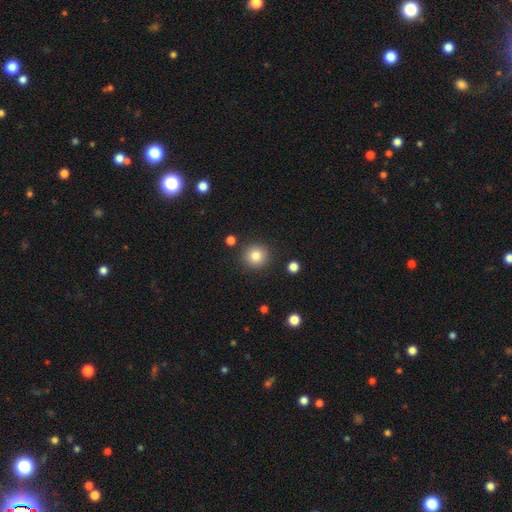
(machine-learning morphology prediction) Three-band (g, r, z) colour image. It shows a smooth galaxy with no disk features (82%) that is round (93%). Merging: none (89%).